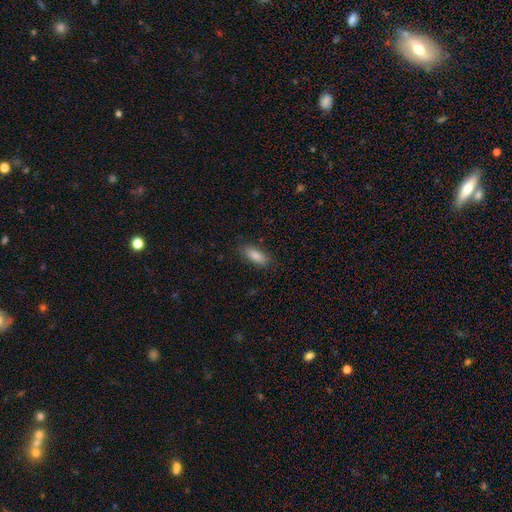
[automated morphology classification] Smooth or featured? Predicted: smooth (p=0.86). How rounded? Predicted: in between (p=0.76). Merging? Predicted: none (p=0.83).